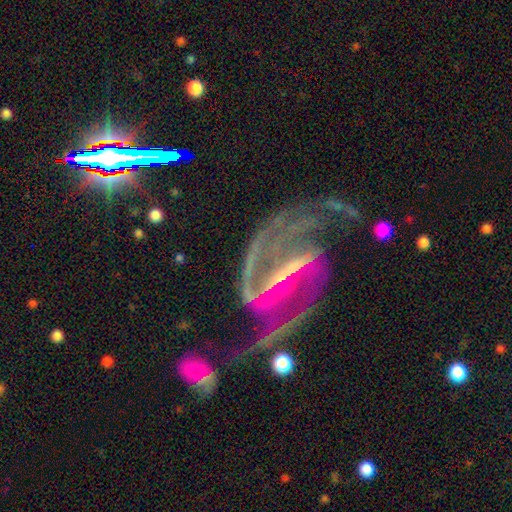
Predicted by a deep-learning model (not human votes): The model was most divided on "spiral winding": medium: 54%, loose: 25%, tight: 21%. More confident: spiral arms — yes (98%); edge-on disk — no (97%); smooth or featured — featured or disk (92%); spiral arm count — 2 (82%); bar — strong (76%); bulge size — small (76%); merging — none (53%).